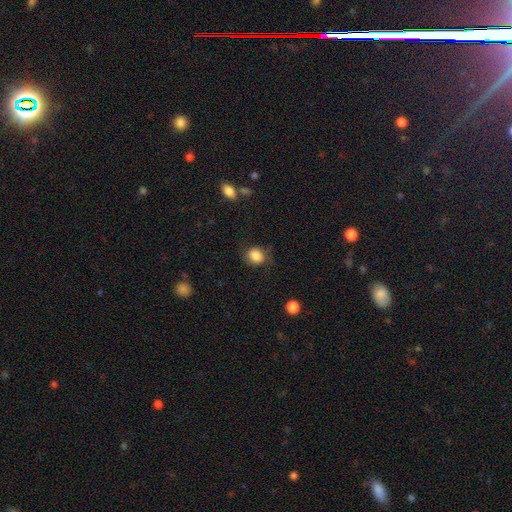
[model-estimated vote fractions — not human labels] Overall: smooth (84%). How rounded: round (66%; in between 33%). Merging: none (69%).